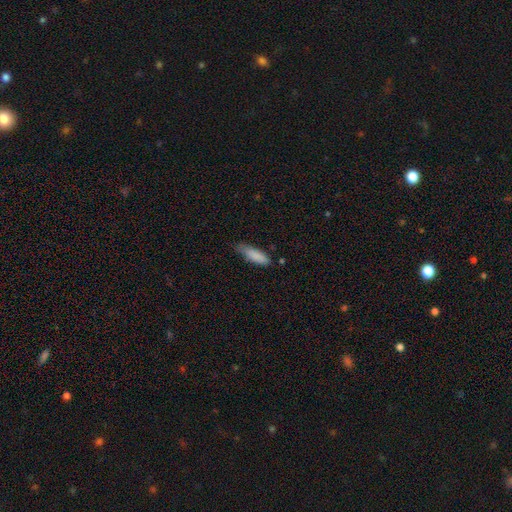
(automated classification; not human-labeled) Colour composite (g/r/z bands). It shows a smooth galaxy with no disk features (86%) that is cigar-shaped (58%). Merging: none (56%).